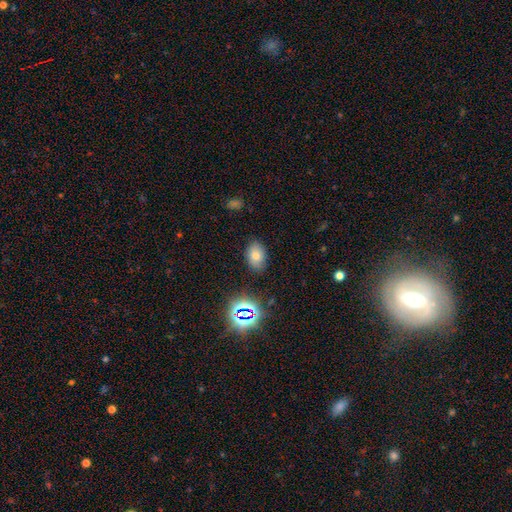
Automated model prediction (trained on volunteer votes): Smooth or featured? Predicted: smooth (p=0.66). How rounded? Predicted: in between (p=0.81). Merging? Predicted: none (p=0.83).